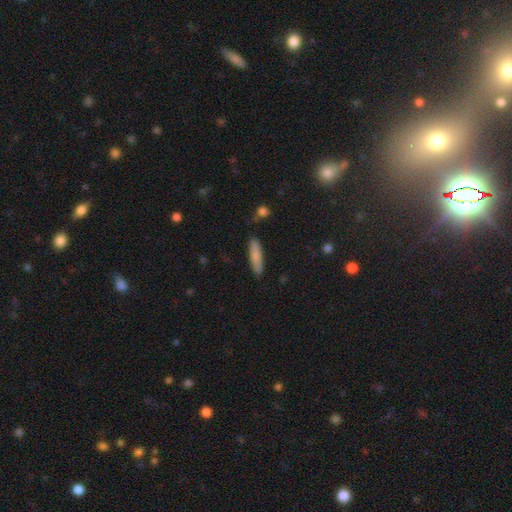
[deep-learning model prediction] Smooth or featured?
  - smooth: 81% *
  - featured or disk: 13%
  - star or artifact: 6%
How rounded?
  - cigar-shaped: 76% *
  - in between: 22%
  - round: 2%
Merging?
  - none: 85% *
  - minor disturbance: 11%
  - major disturbance: 2%
  - merger: 2%